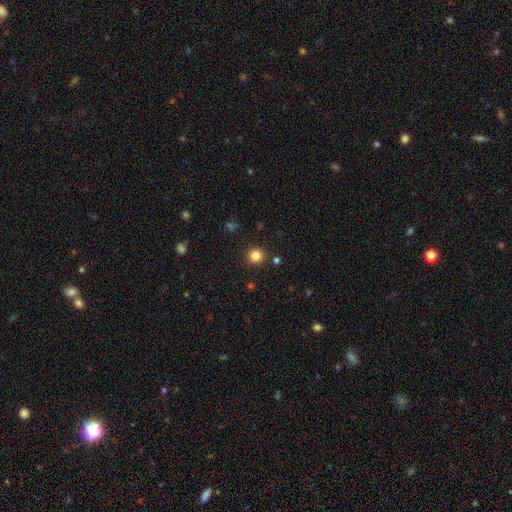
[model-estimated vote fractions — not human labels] Smooth or featured: smooth — 83% (star or artifact — 12%)
How rounded: round — 93% (in between — 6%)
Merging: none — 90% (minor disturbance — 6%)